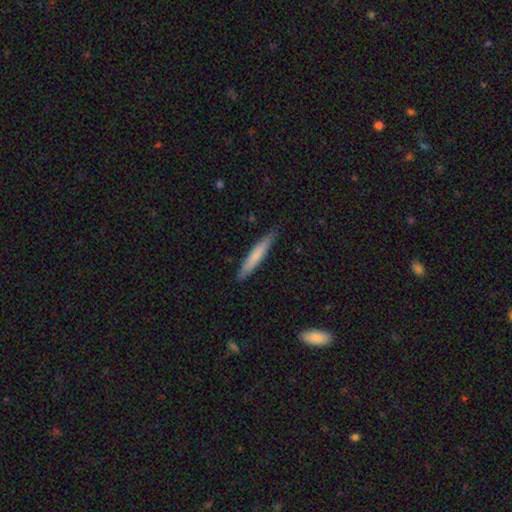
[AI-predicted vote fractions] smooth-or-featured: smooth: 70% | featured or disk: 24% | star or artifact: 5%
  how-rounded: cigar-shaped: 94% | in between: 5% | round: 1%
  merging: none: 87% | minor disturbance: 10% | major disturbance: 2% | merger: 1%